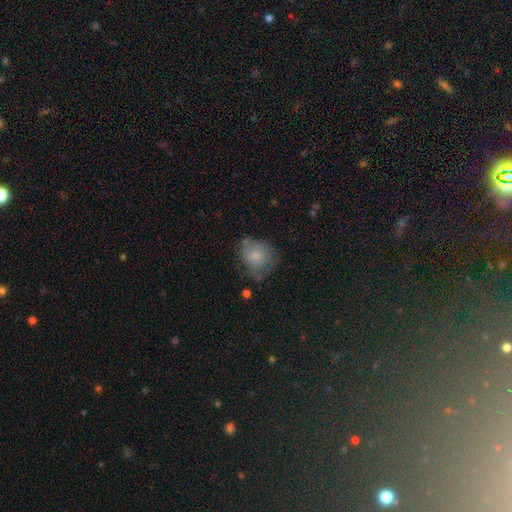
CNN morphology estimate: Overall: smooth (76%). How rounded: round (74%). Merging: none (51%; minor disturbance 30%).